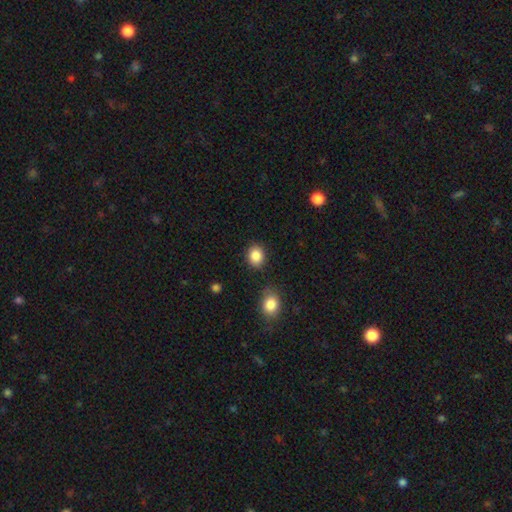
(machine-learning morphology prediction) type=smooth (87%); roundness=round (62%); merging=none (84%).